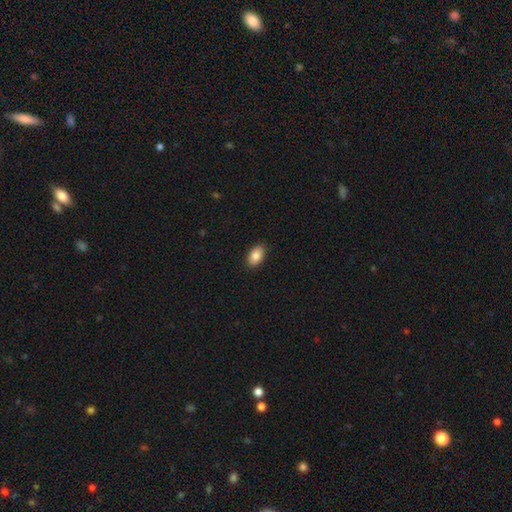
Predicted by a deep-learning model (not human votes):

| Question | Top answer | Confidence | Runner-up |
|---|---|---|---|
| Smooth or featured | smooth | 86% | star or artifact (7%) |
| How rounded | in between | 92% | round (6%) |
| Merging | none | 90% | minor disturbance (8%) |